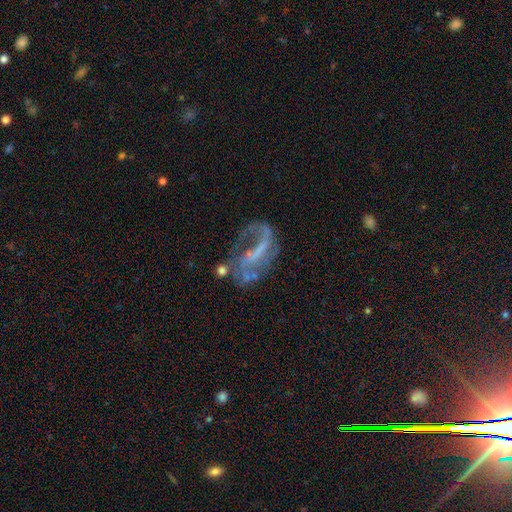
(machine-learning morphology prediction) Q: Smooth or featured?
A: featured or disk (75%); runner-up: star or artifact (13%)
Q: Edge-on disk?
A: no (95%); runner-up: yes (5%)
Q: Bar?
A: weak (36%); runner-up: strong (35%)
Q: Spiral arms?
A: yes (77%); runner-up: no (23%)
Q: Spiral winding?
A: loose (48%); runner-up: medium (36%)
Q: Spiral arm count?
A: 2 (59%); runner-up: 1 (21%)
Q: Bulge size?
A: none (57%); runner-up: small (26%)
Q: Merging?
A: none (43%); runner-up: major disturbance (30%)